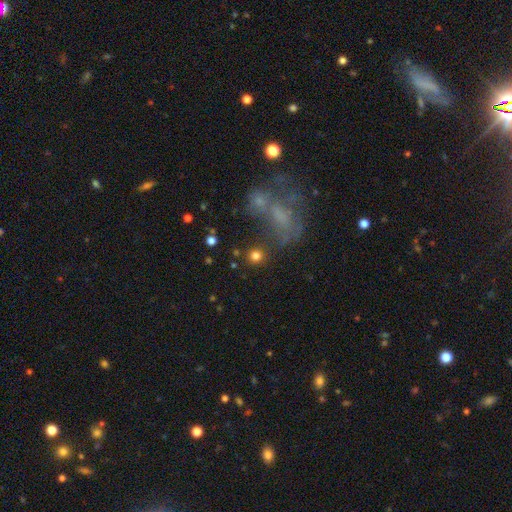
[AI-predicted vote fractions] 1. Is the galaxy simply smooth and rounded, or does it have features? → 79% smooth, 14% star or artifact, 7% featured or disk.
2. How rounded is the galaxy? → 91% round, 8% in between, 1% cigar-shaped.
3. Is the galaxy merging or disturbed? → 81% none, 8% merger, 7% minor disturbance, 4% major disturbance.